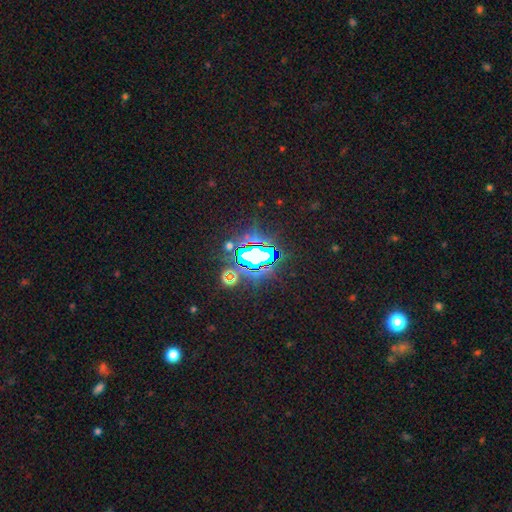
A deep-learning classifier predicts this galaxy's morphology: star or artifact 75%, smooth 14%, featured or disk 11%.